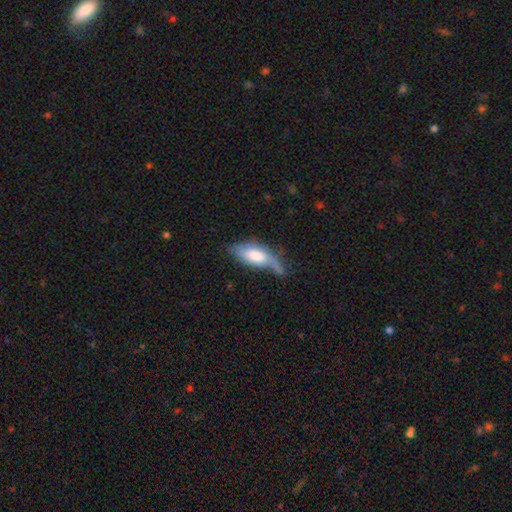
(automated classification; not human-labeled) The model was most divided on "merging": minor disturbance: 37%, none: 34%, major disturbance: 23%, merger: 6%. More confident: how rounded — in between (74%); smooth or featured — smooth (55%).